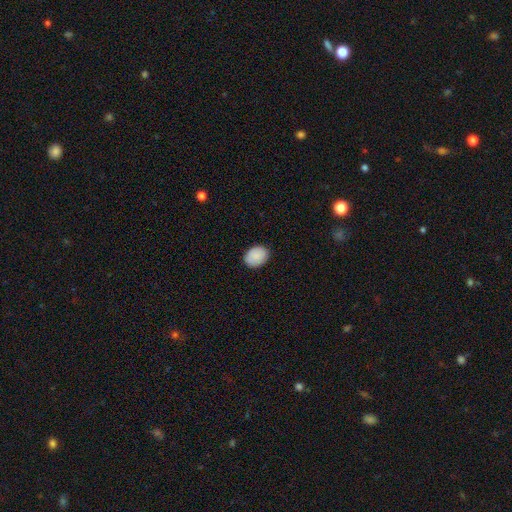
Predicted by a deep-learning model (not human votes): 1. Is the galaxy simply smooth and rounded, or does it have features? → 90% smooth, 7% star or artifact, 4% featured or disk.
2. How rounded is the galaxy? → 67% in between, 32% round, 1% cigar-shaped.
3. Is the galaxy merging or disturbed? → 87% none, 10% minor disturbance, 2% major disturbance, 1% merger.